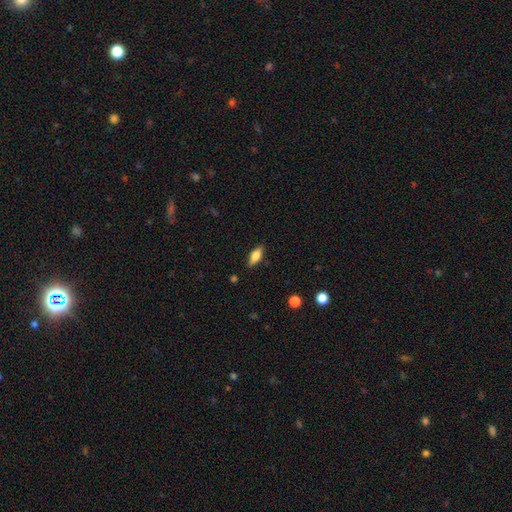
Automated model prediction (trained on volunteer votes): A smooth galaxy with no disk features (75%) that is in between round and cigar-shaped (79%).

Vote fractions:
- Smooth or featured? smooth: 75% / featured or disk: 18% / star or artifact: 7%
- How rounded? in between: 79% / cigar-shaped: 18% / round: 3%
- Merging? none: 86% / minor disturbance: 11% / major disturbance: 2% / merger: 1%